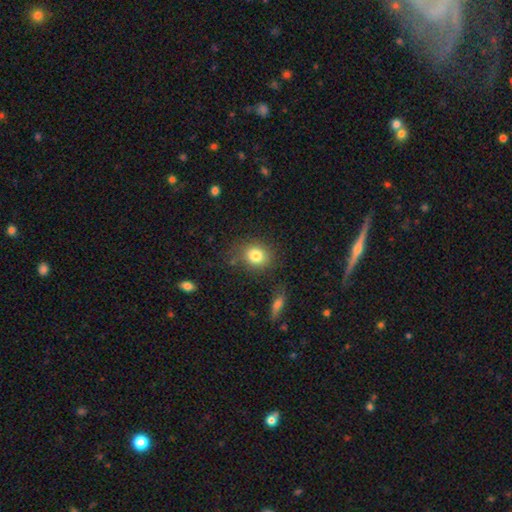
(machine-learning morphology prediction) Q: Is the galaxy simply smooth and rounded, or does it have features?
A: smooth — 82%.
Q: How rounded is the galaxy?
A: round — 64%.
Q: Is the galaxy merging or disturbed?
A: none — 79%.